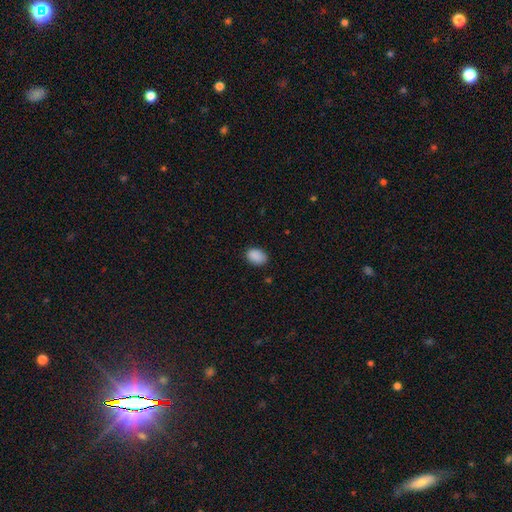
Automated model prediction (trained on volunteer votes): A smooth galaxy with no disk features (89%) that is in between round and cigar-shaped (80%).

Vote fractions:
- Smooth or featured? smooth: 89% / star or artifact: 8% / featured or disk: 3%
- How rounded? in between: 80% / round: 19% / cigar-shaped: 1%
- Merging? none: 84% / minor disturbance: 12% / major disturbance: 3% / merger: 1%